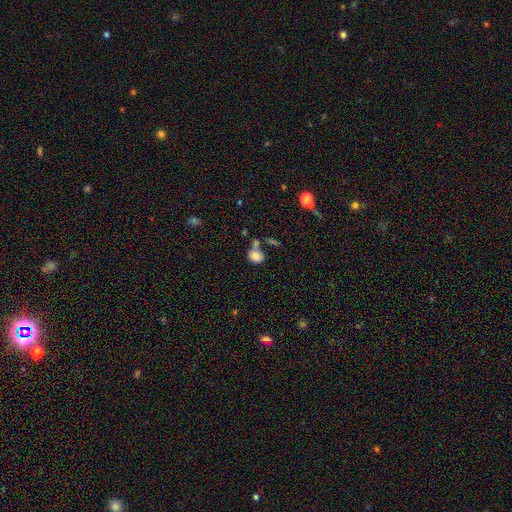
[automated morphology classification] Smooth or featured? Predicted: smooth (p=0.80). How rounded? Predicted: round (p=0.58). Merging? Predicted: none (p=0.41).